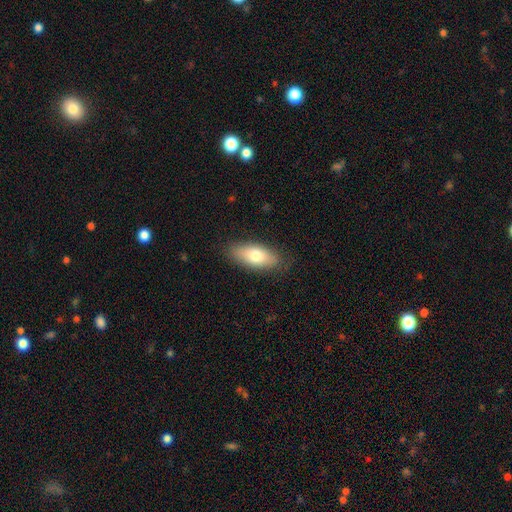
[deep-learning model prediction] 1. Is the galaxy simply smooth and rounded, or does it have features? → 75% smooth, 19% featured or disk, 7% star or artifact.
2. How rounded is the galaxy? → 84% in between, 12% cigar-shaped, 3% round.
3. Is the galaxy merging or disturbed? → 84% none, 12% minor disturbance, 3% major disturbance, 1% merger.